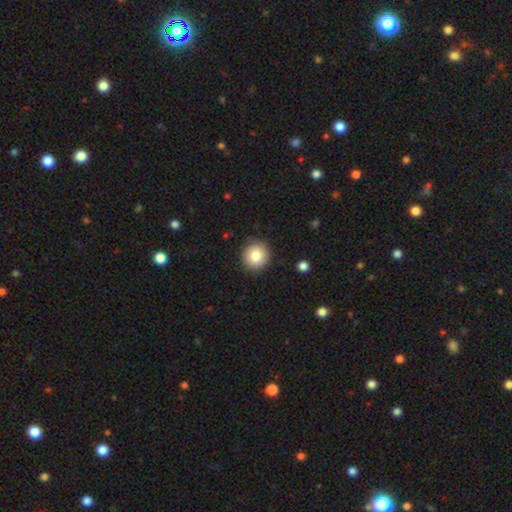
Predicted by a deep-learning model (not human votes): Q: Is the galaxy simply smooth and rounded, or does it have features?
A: smooth — 82%.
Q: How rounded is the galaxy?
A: round — 92%.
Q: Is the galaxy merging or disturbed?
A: none — 90%.